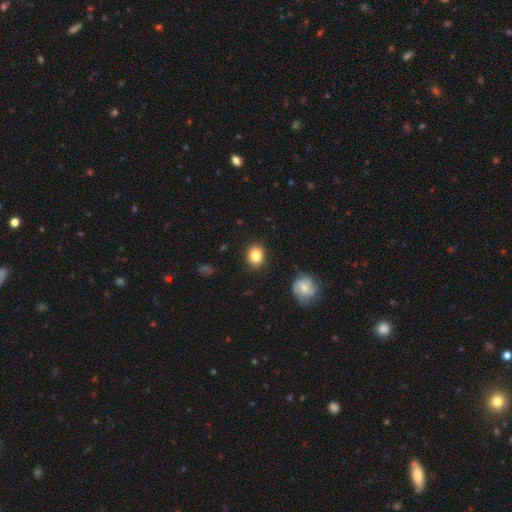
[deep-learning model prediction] Smooth or featured? Predicted: smooth (p=0.84). How rounded? Predicted: round (p=0.57). Merging? Predicted: none (p=0.87).